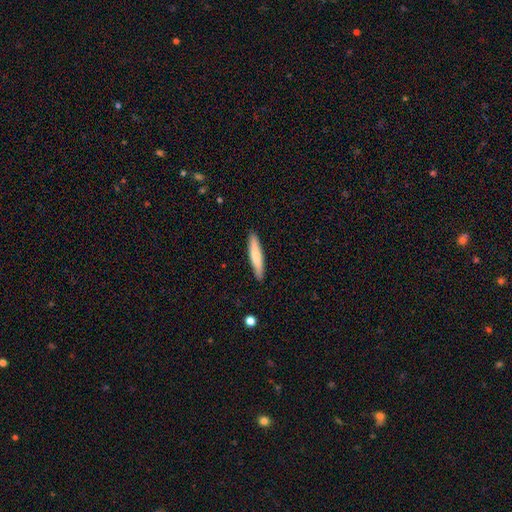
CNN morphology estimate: Smooth or featured? smooth (73%)
How rounded? cigar-shaped (90%)
Merging? none (90%)